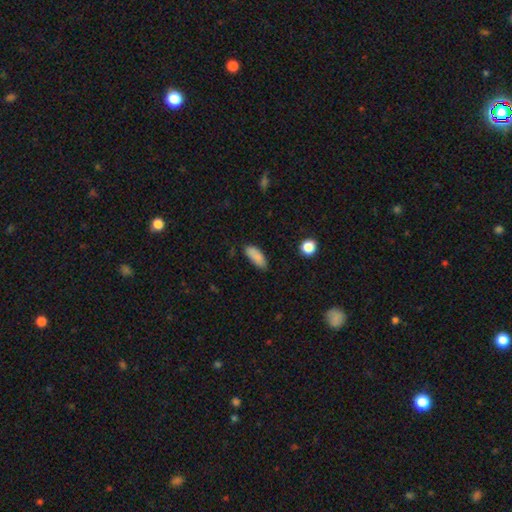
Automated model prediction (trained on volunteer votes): A smooth galaxy with no disk features (87%) that is in between round and cigar-shaped (79%).

Vote fractions:
- Smooth or featured? smooth: 87% / star or artifact: 8% / featured or disk: 6%
- How rounded? in between: 79% / cigar-shaped: 19% / round: 2%
- Merging? none: 76% / minor disturbance: 19% / major disturbance: 3% / merger: 2%